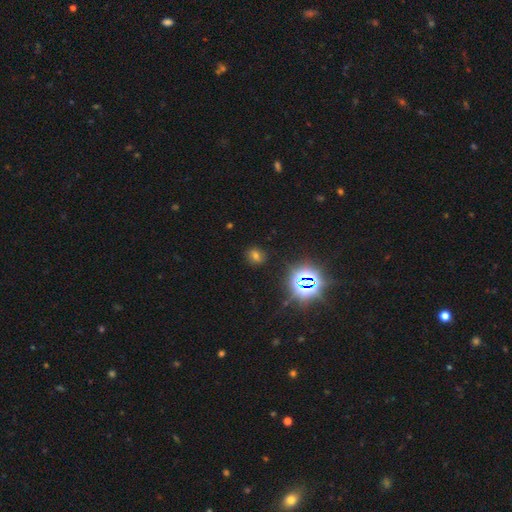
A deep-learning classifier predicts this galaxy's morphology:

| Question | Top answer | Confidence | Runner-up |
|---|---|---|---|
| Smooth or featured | smooth | 52% | star or artifact (38%) |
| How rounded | round | 60% | in between (38%) |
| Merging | none | 82% | minor disturbance (11%) |